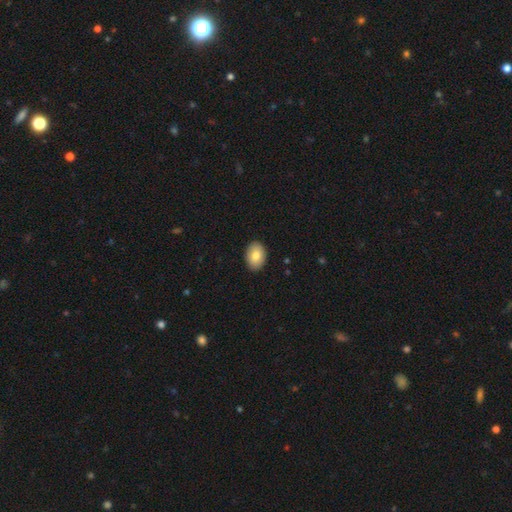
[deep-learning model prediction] Overall: smooth (81%). How rounded: in between (78%). Merging: none (89%).